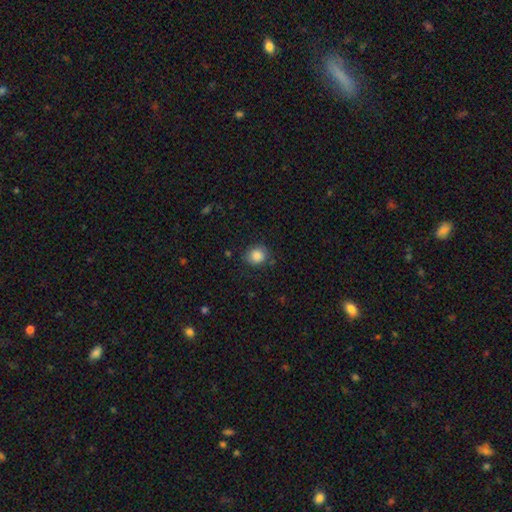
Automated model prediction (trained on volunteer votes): smooth 86%, star or artifact 9%, featured or disk 5%. Down the decision tree: how rounded — round (77%); merging — none (82%).